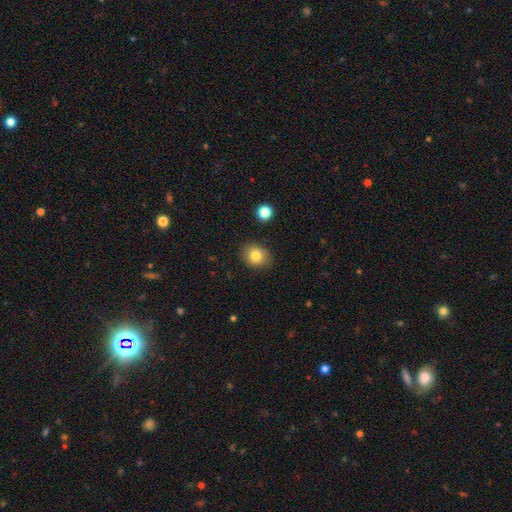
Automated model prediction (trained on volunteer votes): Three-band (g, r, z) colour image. It shows a smooth galaxy with no disk features (81%) that is round (55%). Merging: none (87%).